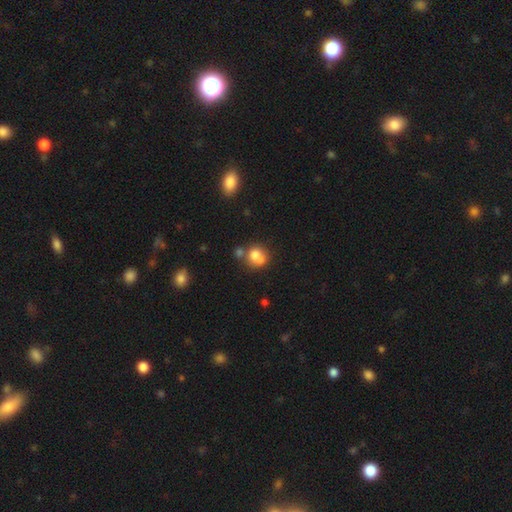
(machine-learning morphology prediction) A smooth galaxy with no disk features (73%) that is round (74%). Merging: none (41%).